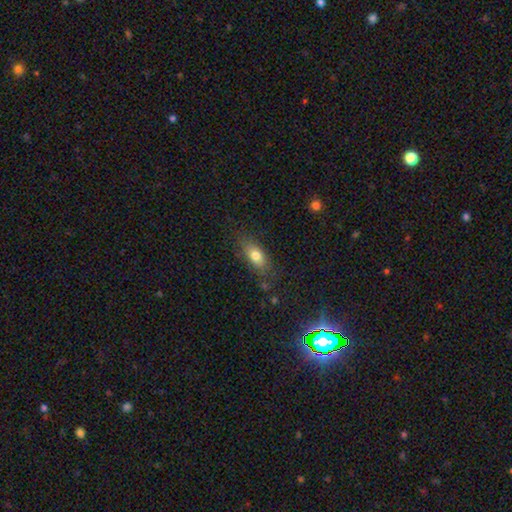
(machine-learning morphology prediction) Smooth or featured: smooth — 76% (featured or disk — 15%)
How rounded: in between — 83% (cigar-shaped — 12%)
Merging: none — 76% (minor disturbance — 16%)